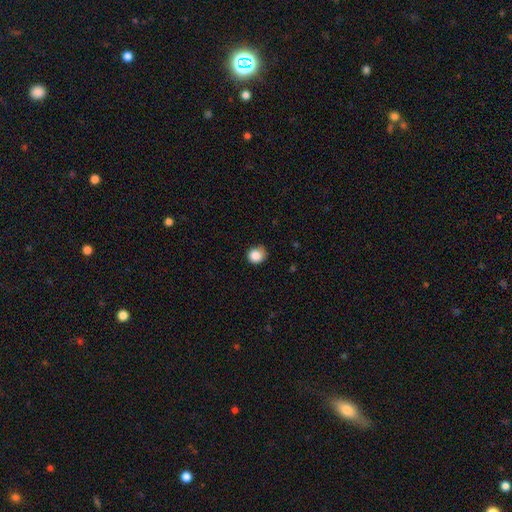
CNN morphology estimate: type=smooth (86%); roundness=round (84%); merging=none (65%).